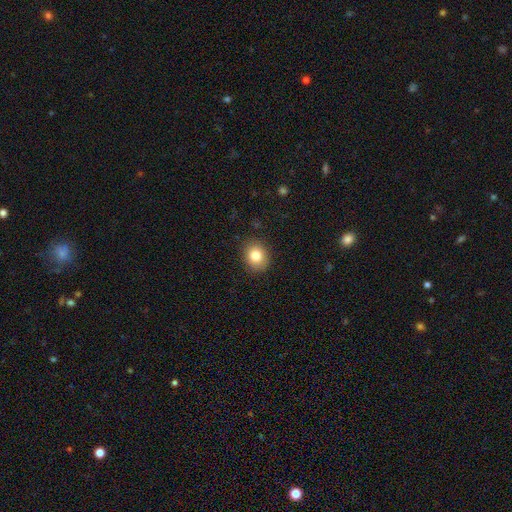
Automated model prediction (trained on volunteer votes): smooth-or-featured: smooth: 82% | star or artifact: 10% | featured or disk: 8%
  how-rounded: round: 62% | in between: 37% | cigar-shaped: 1%
  merging: none: 88% | minor disturbance: 9% | major disturbance: 3% | merger: 1%